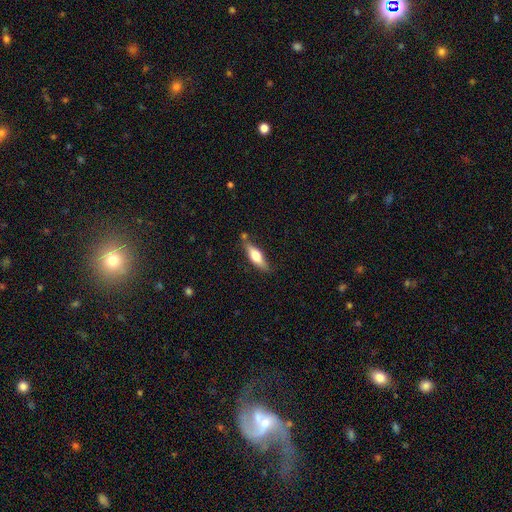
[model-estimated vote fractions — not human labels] Smooth or featured?
  - smooth: 57% *
  - featured or disk: 36%
  - star or artifact: 6%
How rounded?
  - cigar-shaped: 50% *
  - in between: 48%
  - round: 3%
Merging?
  - none: 73% *
  - minor disturbance: 18%
  - merger: 6%
  - major disturbance: 4%